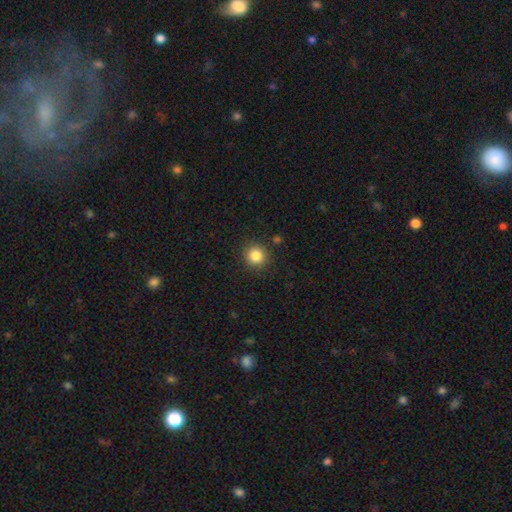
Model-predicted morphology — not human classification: smooth-or-featured: smooth: 84% | star or artifact: 11% | featured or disk: 5%
  how-rounded: round: 92% | in between: 7% | cigar-shaped: 1%
  merging: none: 88% | minor disturbance: 7% | major disturbance: 2% | merger: 2%